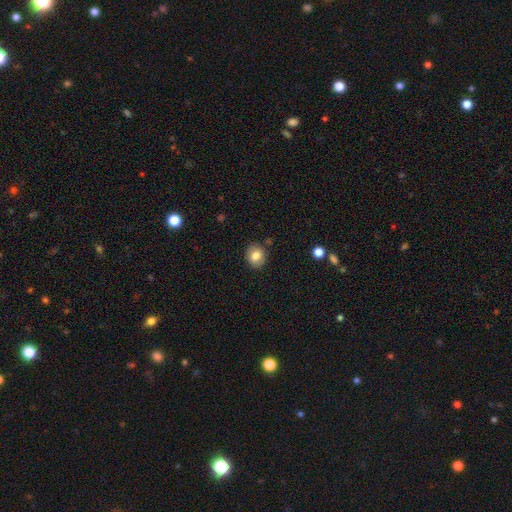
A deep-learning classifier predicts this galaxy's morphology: smooth-or-featured: smooth: 81% | featured or disk: 9% | star or artifact: 9%
  how-rounded: round: 74% | in between: 25% | cigar-shaped: 1%
  merging: none: 86% | minor disturbance: 9% | major disturbance: 2% | merger: 2%